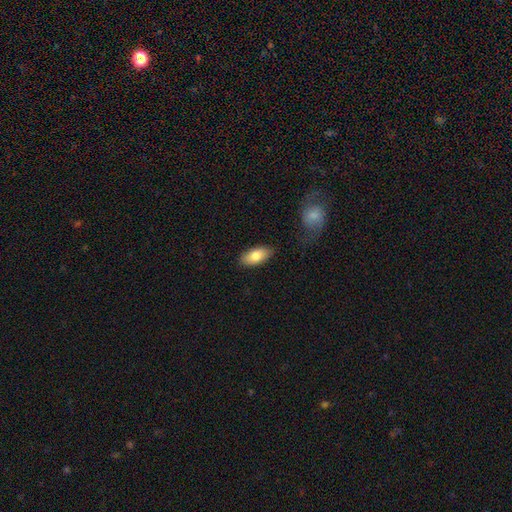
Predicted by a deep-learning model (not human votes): smooth_or_featured: smooth (p=0.79) [alt: featured or disk p=0.14]
how_rounded: in between (p=0.90) [alt: cigar-shaped p=0.07]
merging: none (p=0.86) [alt: minor disturbance p=0.11]